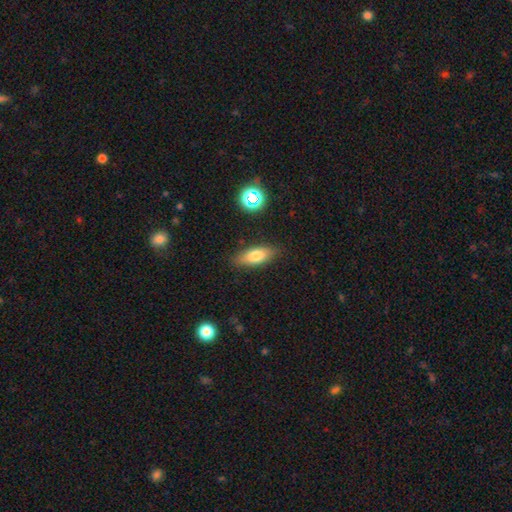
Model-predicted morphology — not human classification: Smooth or featured?
  - smooth: 75% *
  - featured or disk: 16%
  - star or artifact: 9%
How rounded?
  - in between: 74% *
  - cigar-shaped: 22%
  - round: 3%
Merging?
  - none: 84% *
  - minor disturbance: 12%
  - major disturbance: 3%
  - merger: 2%